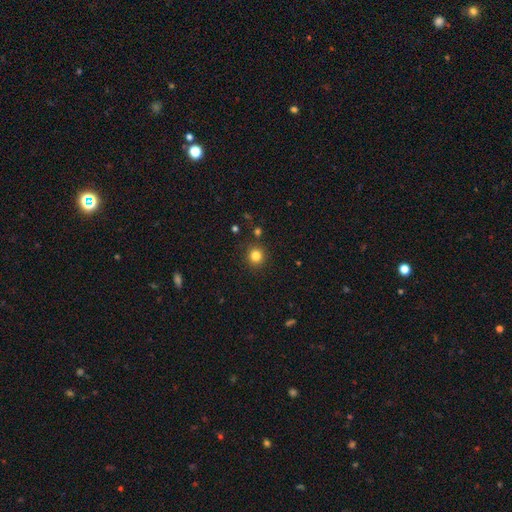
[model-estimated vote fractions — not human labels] Smooth or featured? smooth (82%)
How rounded? round (92%)
Merging? none (89%)